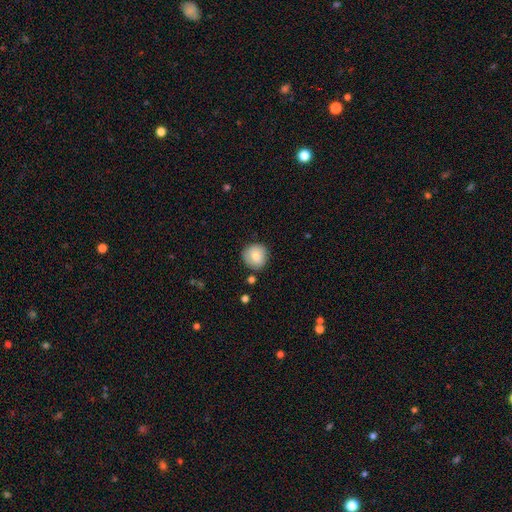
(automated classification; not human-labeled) smooth_or_featured: smooth (p=0.84) [alt: featured or disk p=0.09]
how_rounded: round (p=0.91) [alt: in between p=0.08]
merging: none (p=0.83) [alt: minor disturbance p=0.12]